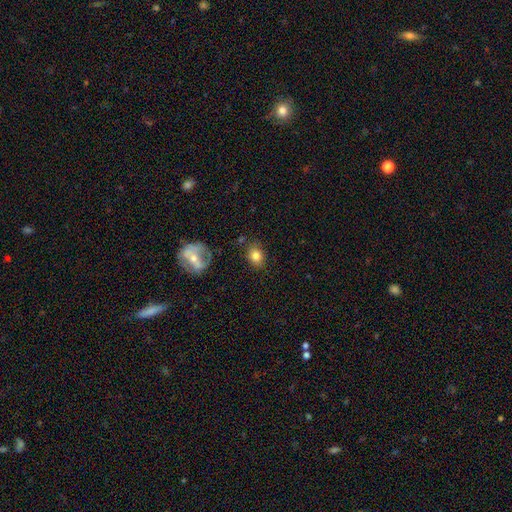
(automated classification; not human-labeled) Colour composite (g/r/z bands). It shows a smooth galaxy with no disk features (79%) that is round (51%). Merging: none (75%).